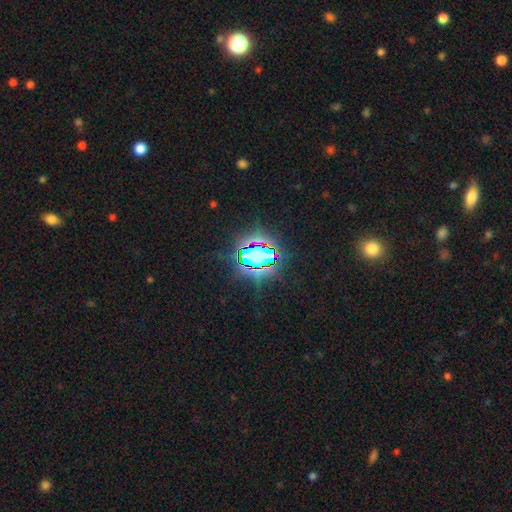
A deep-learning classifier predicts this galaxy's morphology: This appears to be a star or artifact, not a galaxy (71%).